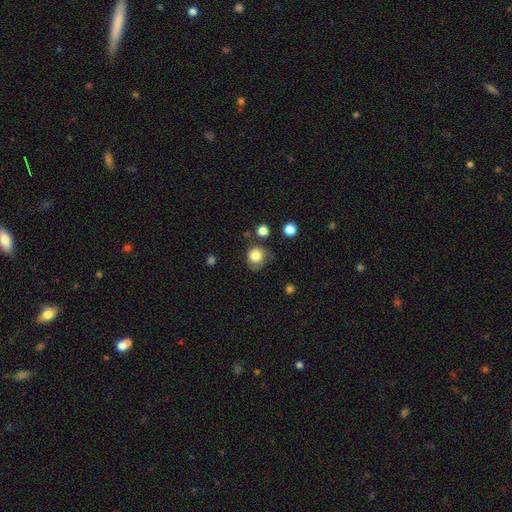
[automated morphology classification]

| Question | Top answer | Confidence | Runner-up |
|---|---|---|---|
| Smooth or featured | smooth | 82% | star or artifact (10%) |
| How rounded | round | 86% | in between (13%) |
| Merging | none | 66% | minor disturbance (22%) |